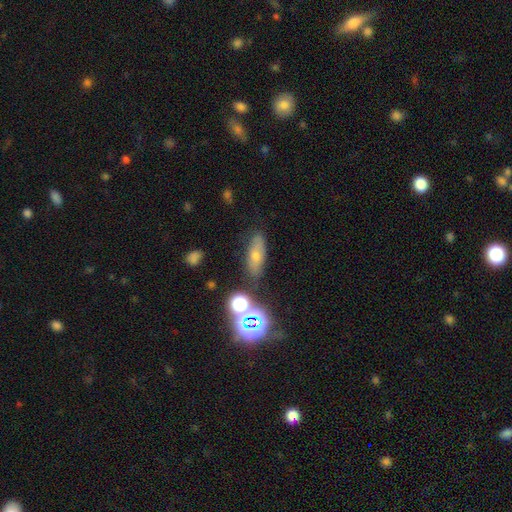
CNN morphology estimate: smooth 50%, star or artifact 25%, featured or disk 25%. Down the decision tree: merging — none (78%).